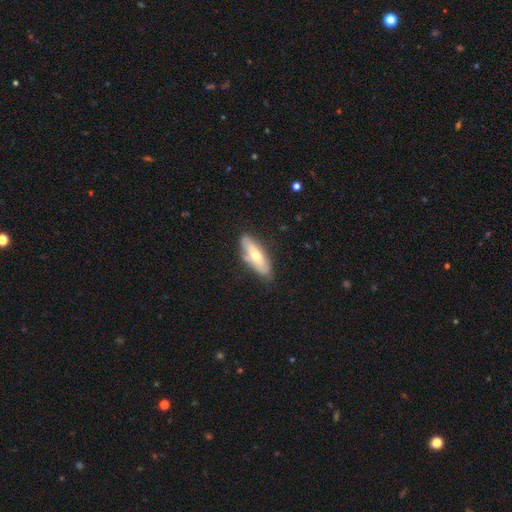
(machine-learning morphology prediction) smooth-or-featured: smooth: 52% | featured or disk: 42% | star or artifact: 6%
  how-rounded: in between: 61% | cigar-shaped: 36% | round: 2%
  merging: none: 75% | minor disturbance: 18% | major disturbance: 4% | merger: 3%